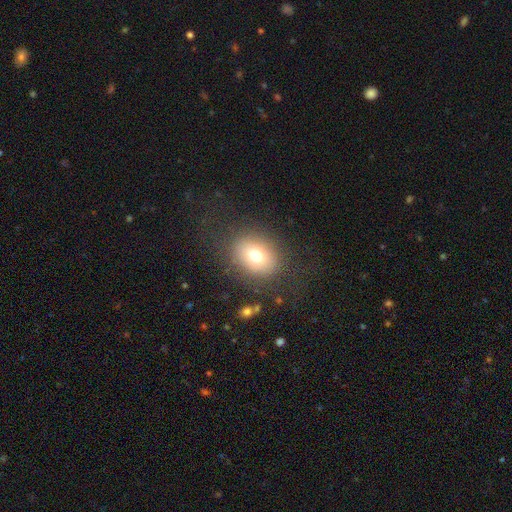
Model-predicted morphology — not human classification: smooth-or-featured: smooth: 73% | featured or disk: 15% | star or artifact: 13%
  how-rounded: in between: 51% | round: 48% | cigar-shaped: 1%
  merging: none: 80% | minor disturbance: 11% | major disturbance: 8% | merger: 1%